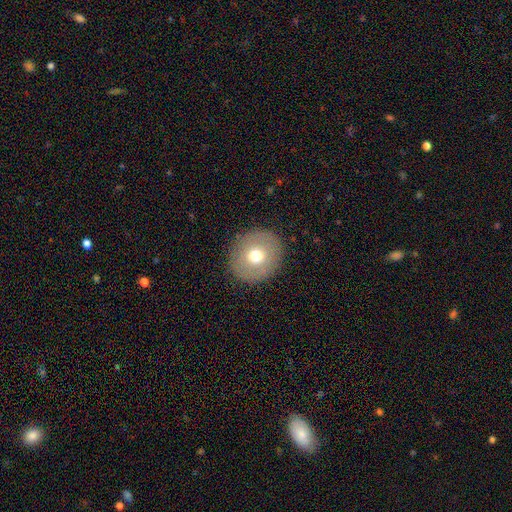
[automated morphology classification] smooth_or_featured: smooth (p=0.67) [alt: featured or disk p=0.23]
how_rounded: round (p=0.87) [alt: in between p=0.12]
merging: none (p=0.89) [alt: minor disturbance p=0.07]